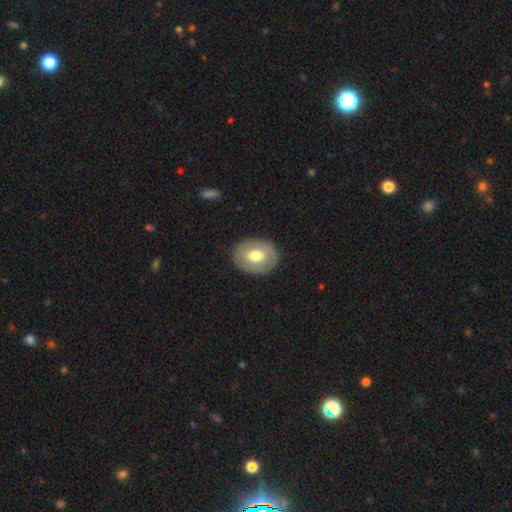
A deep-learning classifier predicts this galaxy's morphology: A smooth galaxy with no disk features (61%) that is in between round and cigar-shaped (63%).

Vote fractions:
- Smooth or featured? smooth: 61% / featured or disk: 32% / star or artifact: 6%
- How rounded? in between: 63% / round: 36% / cigar-shaped: 1%
- Merging? none: 85% / minor disturbance: 10% / major disturbance: 3% / merger: 1%